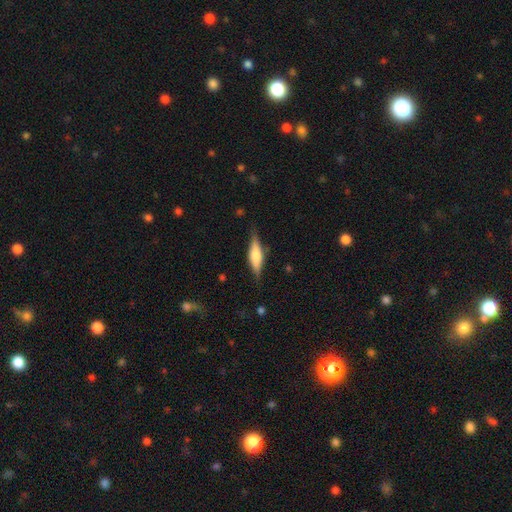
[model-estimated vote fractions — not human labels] smooth-or-featured: smooth: 47% (tied) | featured or disk: 47% (tied) | star or artifact: 6%
  merging: none: 78% | minor disturbance: 16% | major disturbance: 4% | merger: 2%